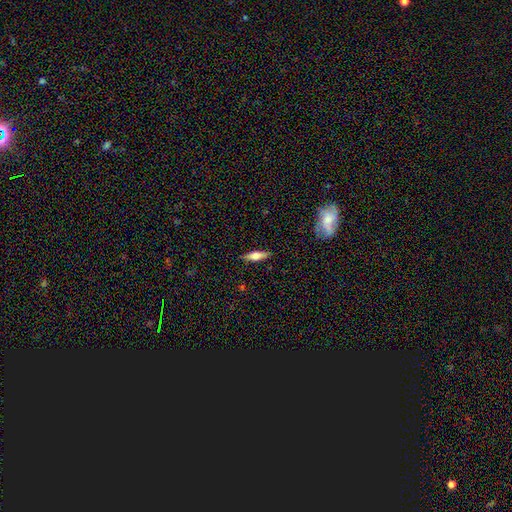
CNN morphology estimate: smooth-or-featured: smooth: 52% | featured or disk: 42% | star or artifact: 7%
  how-rounded: cigar-shaped: 59% | in between: 38% | round: 2%
  merging: none: 87% | minor disturbance: 9% | major disturbance: 2% | merger: 1%